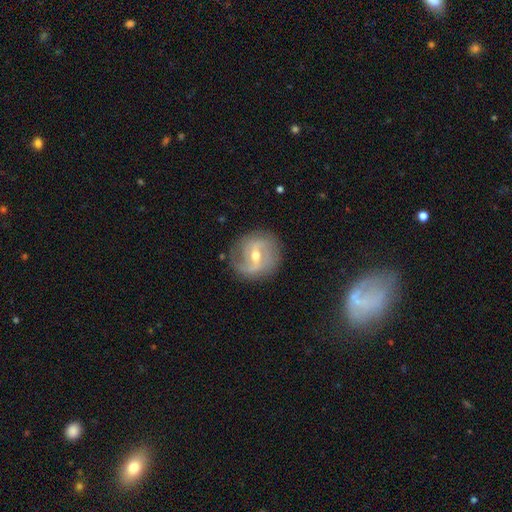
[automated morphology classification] This is clearly a featured or disk galaxy (83%). It is clearly not viewed edge-on (97%). Bar: possibly weak (49%). Spiral arm pattern: clearly yes (91%). Spiral arm count: likely 2 (78%). Spiral winding: marginally medium (44%). Central bulge: likely moderate (63%). Merging: clearly none (80%).